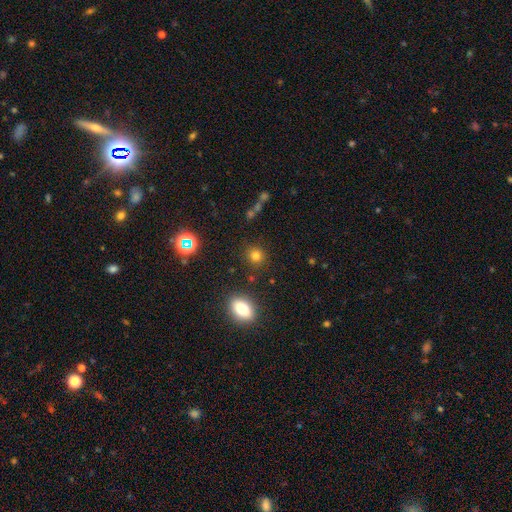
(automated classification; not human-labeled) Q: Smooth or featured?
A: smooth (77%); runner-up: star or artifact (17%)
Q: How rounded?
A: round (85%); runner-up: in between (14%)
Q: Merging?
A: none (86%); runner-up: minor disturbance (8%)